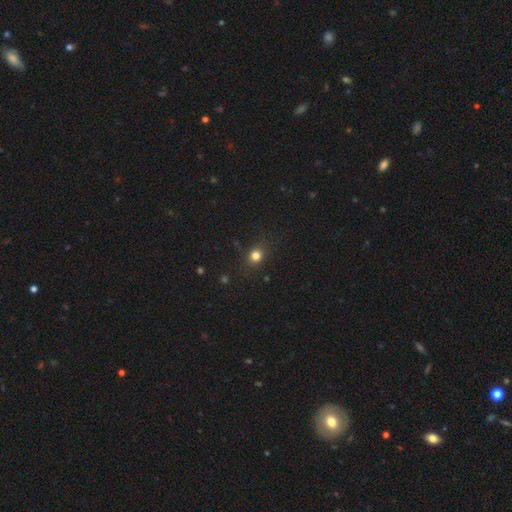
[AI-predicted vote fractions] A smooth galaxy with no disk features (79%) that is round (77%).

Vote fractions:
- Smooth or featured? smooth: 79% / star or artifact: 15% / featured or disk: 6%
- How rounded? round: 77% / in between: 21% / cigar-shaped: 1%
- Merging? none: 85% / minor disturbance: 10% / major disturbance: 3% / merger: 1%